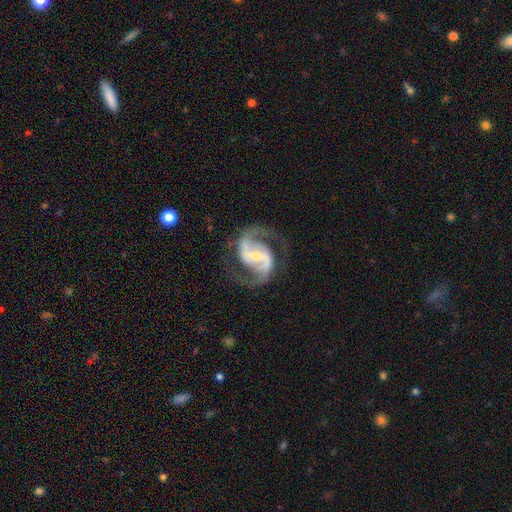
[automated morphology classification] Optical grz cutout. It shows a featured or disk galaxy (93%) with a weak bar (40%), 2 (94%) medium (65%) spiral arms (98%) and a small central bulge (55%). Merging: none (80%).